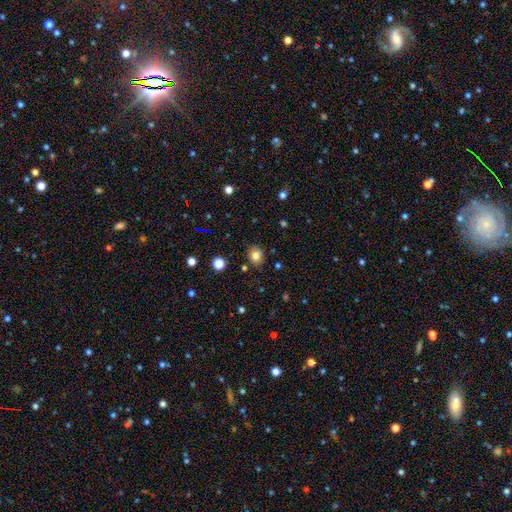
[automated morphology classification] type=smooth (79%); roundness=round (66%); merging=none (84%).